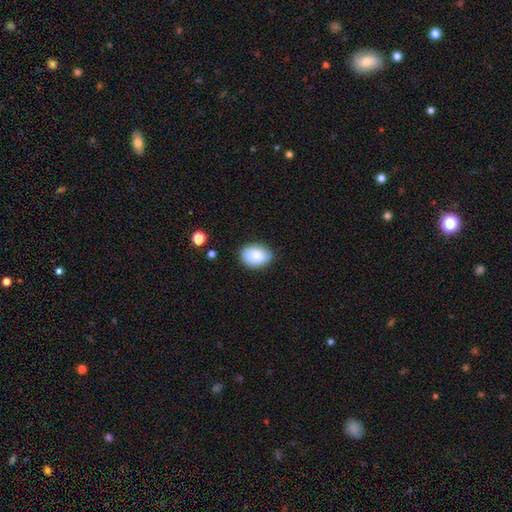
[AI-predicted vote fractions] A smooth galaxy with no disk features (84%) that is in between round and cigar-shaped (78%).

Vote fractions:
- Smooth or featured? smooth: 84% / featured or disk: 8% / star or artifact: 7%
- How rounded? in between: 78% / round: 21% / cigar-shaped: 1%
- Merging? none: 78% / minor disturbance: 18% / major disturbance: 3% / merger: 1%